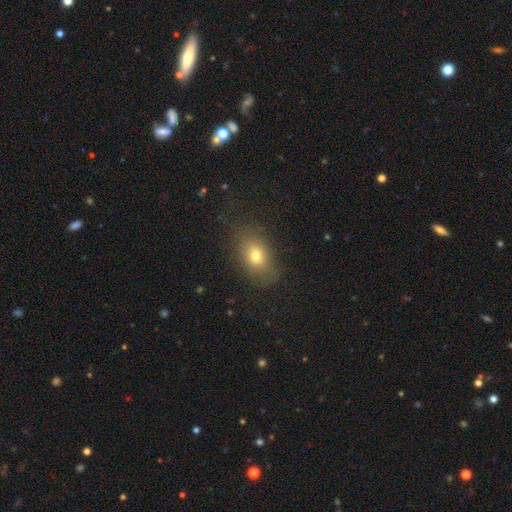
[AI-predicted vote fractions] A smooth galaxy with no disk features (72%) that is in between round and cigar-shaped (77%).

Vote fractions:
- Smooth or featured? smooth: 72% / featured or disk: 15% / star or artifact: 12%
- How rounded? in between: 77% / round: 20% / cigar-shaped: 2%
- Merging? none: 70% / minor disturbance: 19% / major disturbance: 9% / merger: 2%